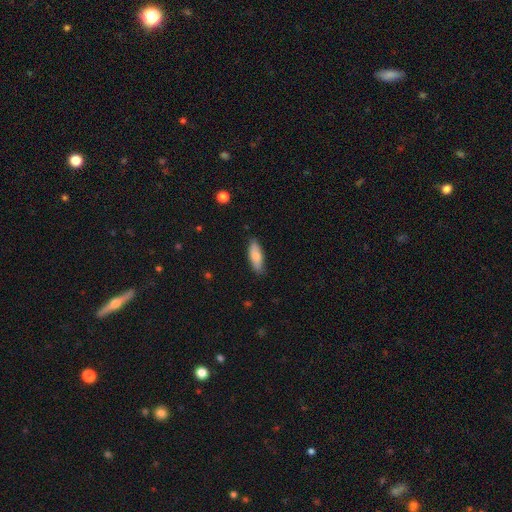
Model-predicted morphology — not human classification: Smooth or featured? smooth (79%)
How rounded? in between (63%)
Merging? none (84%)